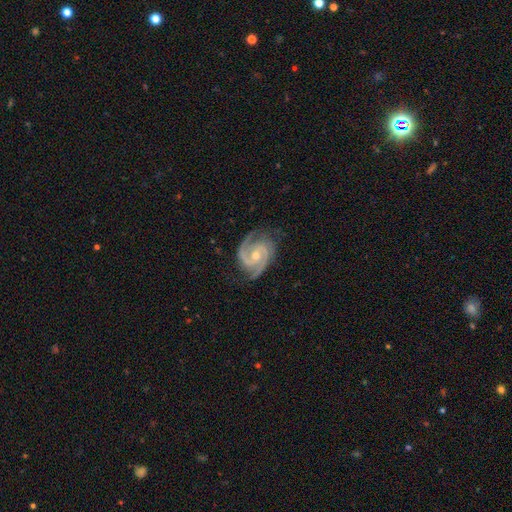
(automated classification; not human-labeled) Smooth or featured?
  - featured or disk: 93% *
  - star or artifact: 4%
  - smooth: 3%
Edge-on disk?
  - no: 98% *
  - yes: 2%
Bar?
  - no: 59% *
  - weak: 32%
  - strong: 8%
Spiral arms?
  - yes: 99% *
  - no: 1%
Spiral winding?
  - tight: 53% *
  - medium: 42%
  - loose: 5%
Spiral arm count?
  - 2: 69% *
  - 3: 21%
  - can't tell: 3%
  - 4: 2%
  - 1: 2%
  - more than 4: 2%
Bulge size?
  - moderate: 53% *
  - small: 43%
  - none: 1%
  - large: 1%
  - dominant: 1%
Merging?
  - none: 75% *
  - minor disturbance: 18%
  - major disturbance: 5%
  - merger: 1%